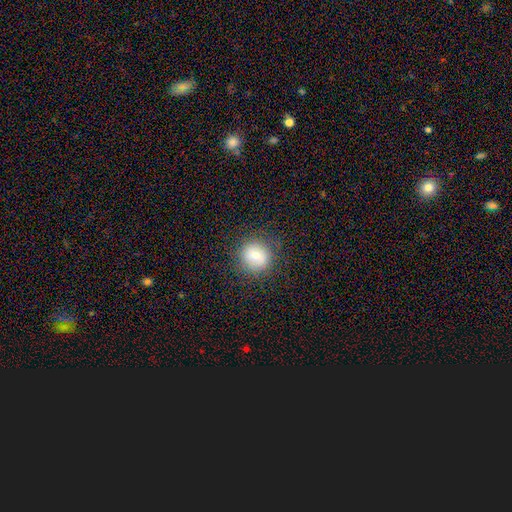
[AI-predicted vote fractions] A smooth galaxy with no disk features (75%) that is round (89%). Merging: none (83%).